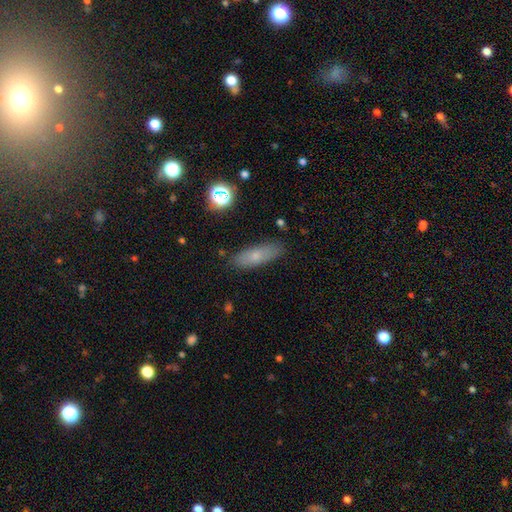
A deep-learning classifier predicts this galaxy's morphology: Overall: smooth (71%). How rounded: in between (54%; cigar-shaped 43%). Merging: none (84%).